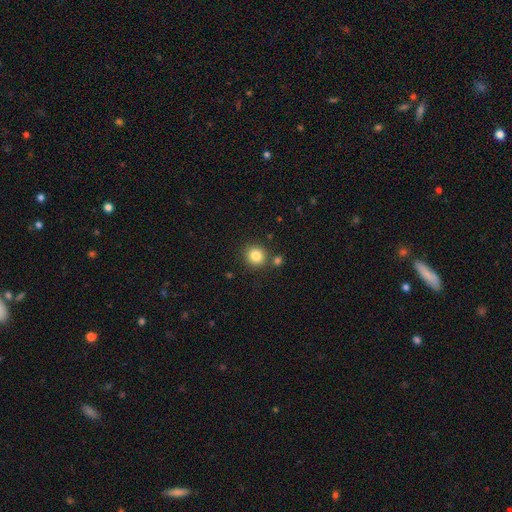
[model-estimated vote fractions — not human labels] smooth 83%, star or artifact 11%, featured or disk 6%. Down the decision tree: how rounded — round (90%); merging — none (80%).